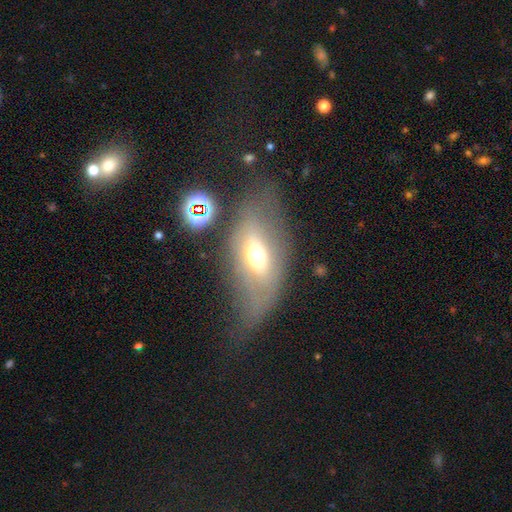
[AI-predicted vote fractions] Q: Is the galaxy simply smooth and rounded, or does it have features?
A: smooth — 48%.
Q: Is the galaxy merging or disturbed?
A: none — 56%.